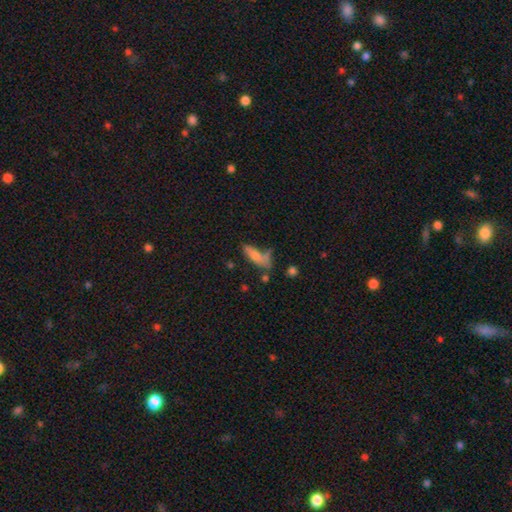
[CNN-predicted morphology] smooth 64%, featured or disk 25%, star or artifact 10%. Down the decision tree: how rounded — in between (50%); merging — none (44%).